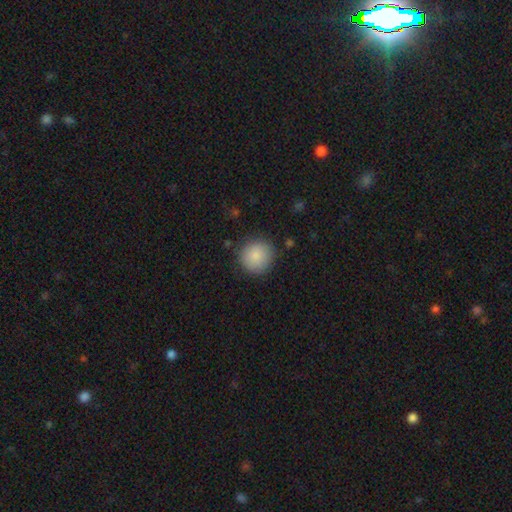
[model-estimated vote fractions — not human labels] Q: Smooth or featured?
A: smooth (87%); runner-up: star or artifact (8%)
Q: How rounded?
A: round (93%); runner-up: in between (6%)
Q: Merging?
A: none (86%); runner-up: minor disturbance (10%)